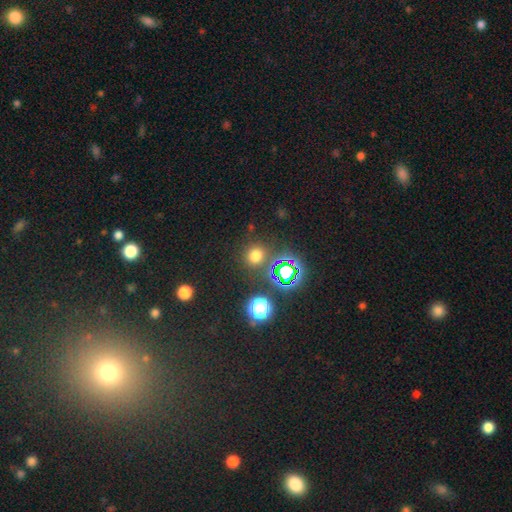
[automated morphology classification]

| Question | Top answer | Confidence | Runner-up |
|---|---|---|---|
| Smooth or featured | smooth | 63% | star or artifact (31%) |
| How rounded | round | 87% | in between (12%) |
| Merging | none | 83% | minor disturbance (8%) |